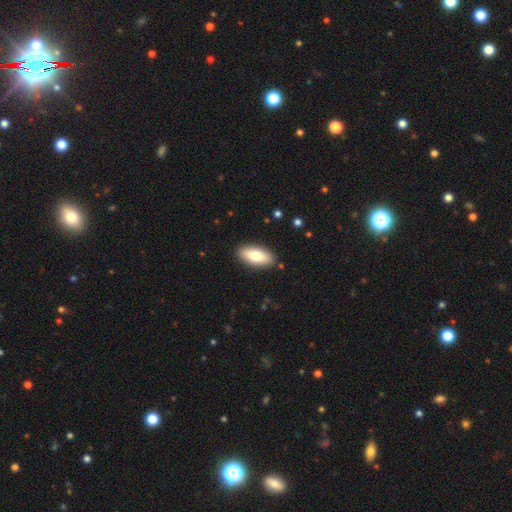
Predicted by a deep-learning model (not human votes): smooth-or-featured: smooth: 76% | featured or disk: 18% | star or artifact: 6%
  how-rounded: in between: 87% | cigar-shaped: 10% | round: 2%
  merging: none: 89% | minor disturbance: 8% | major disturbance: 2% | merger: 1%